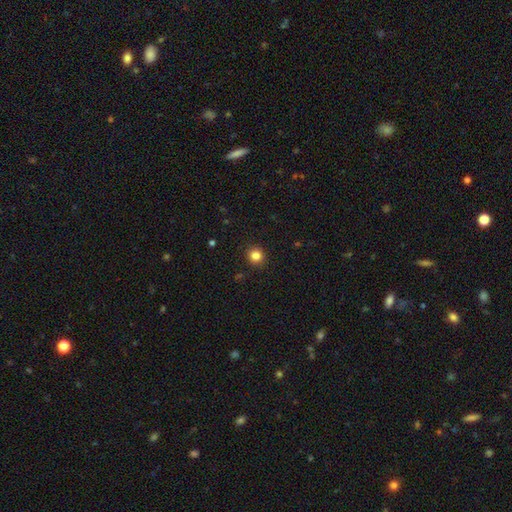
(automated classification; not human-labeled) Smooth or featured?
  - smooth: 84% *
  - star or artifact: 12%
  - featured or disk: 5%
How rounded?
  - round: 91% *
  - in between: 8%
  - cigar-shaped: 1%
Merging?
  - none: 92% *
  - minor disturbance: 6%
  - major disturbance: 2%
  - merger: 1%